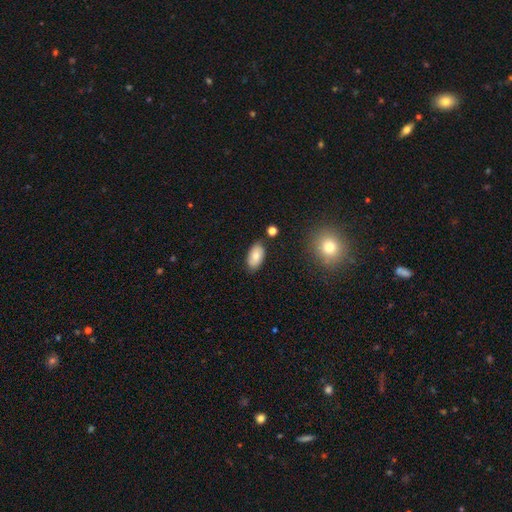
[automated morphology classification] Smooth or featured? Predicted: smooth (p=0.75). How rounded? Predicted: in between (p=0.94). Merging? Predicted: none (p=0.82).